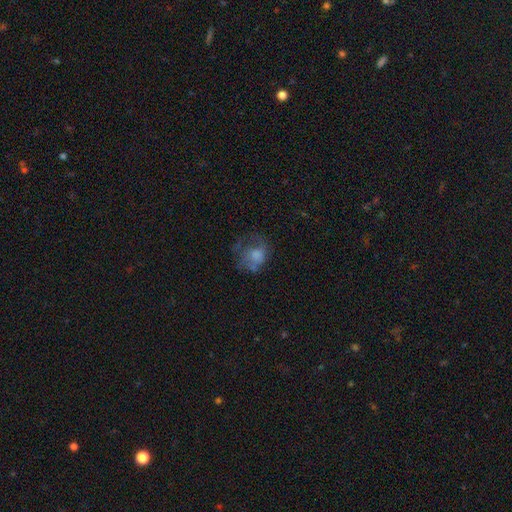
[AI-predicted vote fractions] A smooth galaxy with no disk features (58%) that is round (62%). Merging: major disturbance (39%).